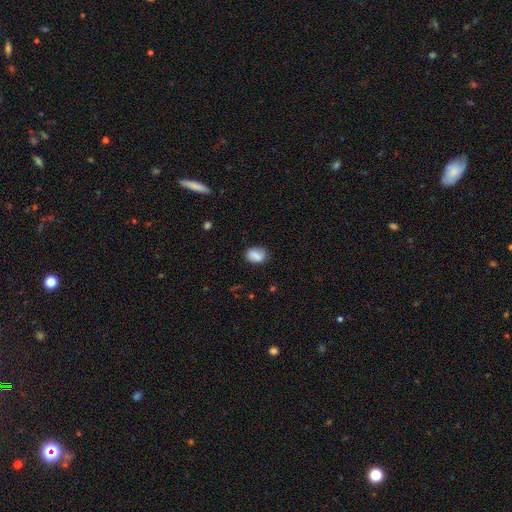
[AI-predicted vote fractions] A smooth galaxy with no disk features (79%) that is in between round and cigar-shaped (68%). Merging: none (73%).